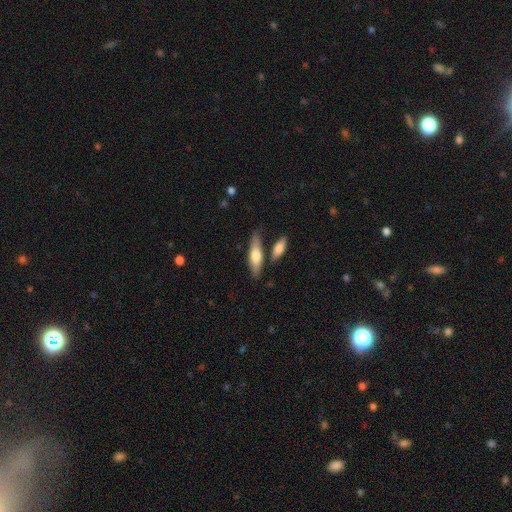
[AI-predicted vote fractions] Smooth or featured: smooth — 64% (featured or disk — 31%)
How rounded: cigar-shaped — 56% (in between — 42%)
Merging: none — 71% (merger — 13%)